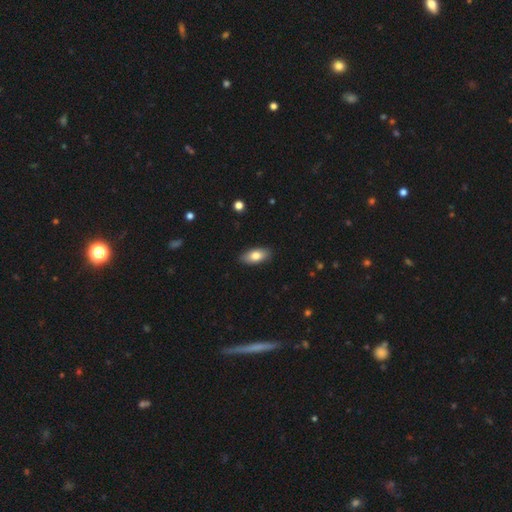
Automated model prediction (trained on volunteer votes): Q: Smooth or featured?
A: smooth (79%); runner-up: featured or disk (14%)
Q: How rounded?
A: in between (89%); runner-up: cigar-shaped (8%)
Q: Merging?
A: none (89%); runner-up: minor disturbance (8%)